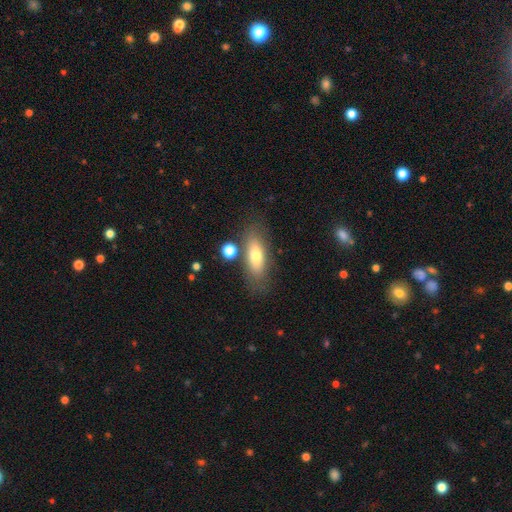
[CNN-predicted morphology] This appears to be a smooth galaxy with no disk features (70%) that is in between round and cigar-shaped (72%). Merging: none (75%).